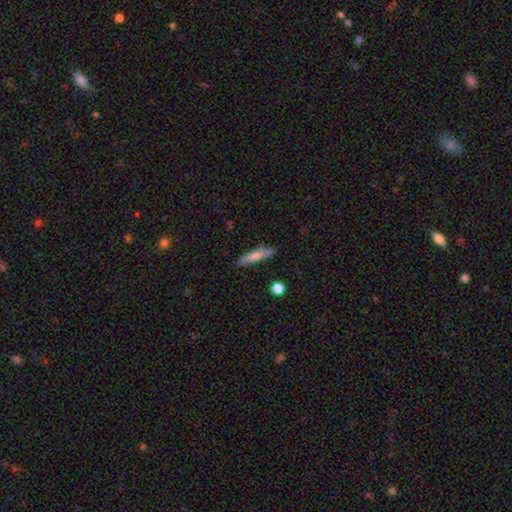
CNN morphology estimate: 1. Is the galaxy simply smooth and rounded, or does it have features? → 72% smooth, 21% featured or disk, 7% star or artifact.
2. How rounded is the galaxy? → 82% cigar-shaped, 16% in between, 2% round.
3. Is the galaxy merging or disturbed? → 74% none, 18% minor disturbance, 5% merger, 4% major disturbance.